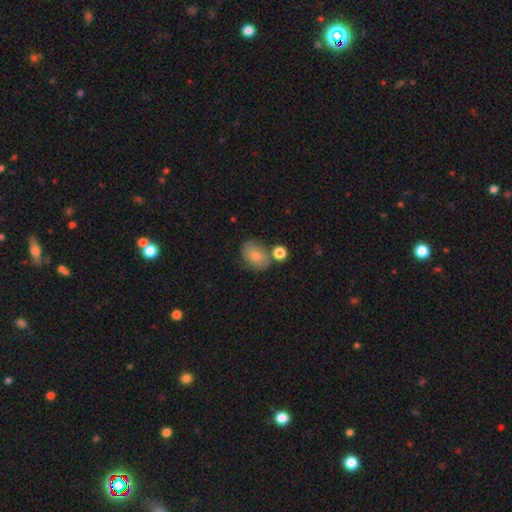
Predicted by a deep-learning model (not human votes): Overall: smooth (62%; featured or disk 29%). How rounded: in between (55%; round 44%). Merging: none (57%; minor disturbance 21%).